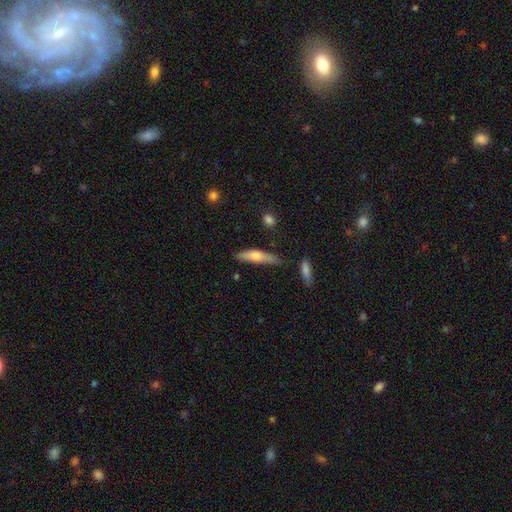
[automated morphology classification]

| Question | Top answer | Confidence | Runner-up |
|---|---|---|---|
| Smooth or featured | smooth | 62% | featured or disk (32%) |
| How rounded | cigar-shaped | 72% | in between (26%) |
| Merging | none | 65% | minor disturbance (24%) |